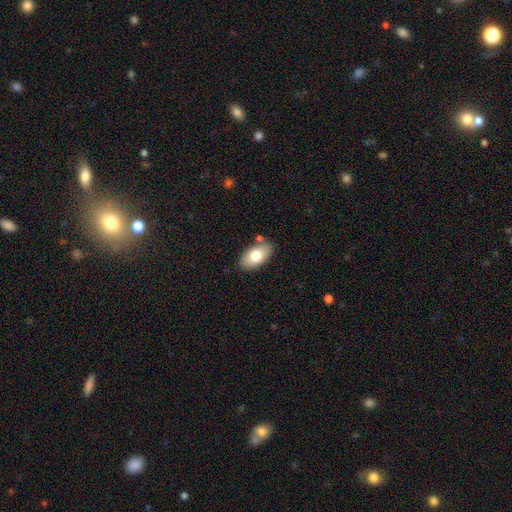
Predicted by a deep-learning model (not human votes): smooth_or_featured: smooth (p=0.76) [alt: featured or disk p=0.18]
how_rounded: in between (p=0.93) [alt: round p=0.05]
merging: none (p=0.78) [alt: minor disturbance p=0.13]